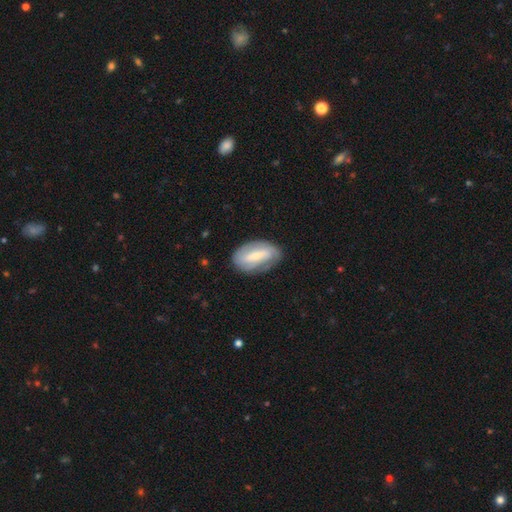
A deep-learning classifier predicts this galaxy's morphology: A featured or disk galaxy (57%) with a strong bar (55%), spiral arms (64%) and a small central bulge (53%). Merging: none (78%).